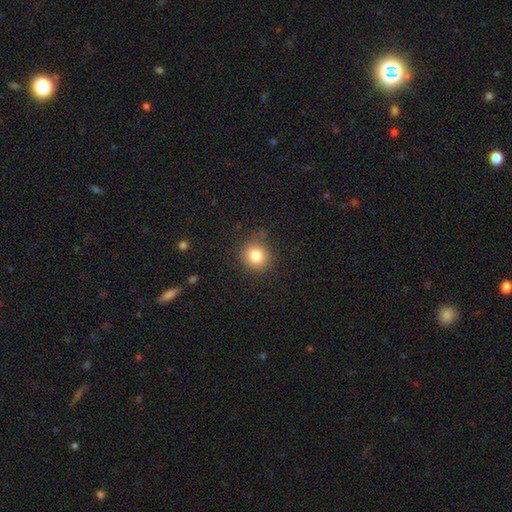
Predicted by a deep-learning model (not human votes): A smooth galaxy with no disk features (82%) that is round (88%). Merging: none (84%).